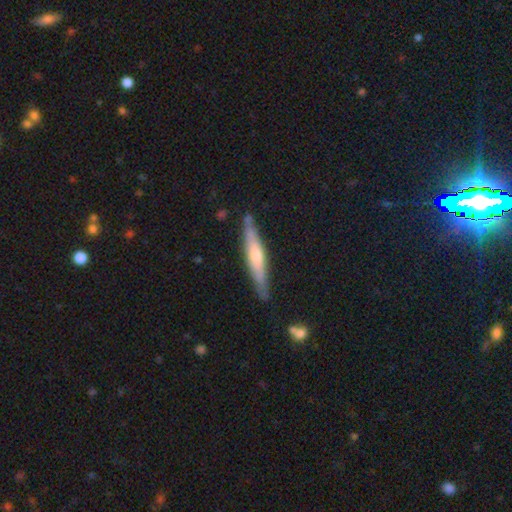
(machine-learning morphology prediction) A featured or disk galaxy (53%) viewed edge-on (91%). Merging: none (83%).